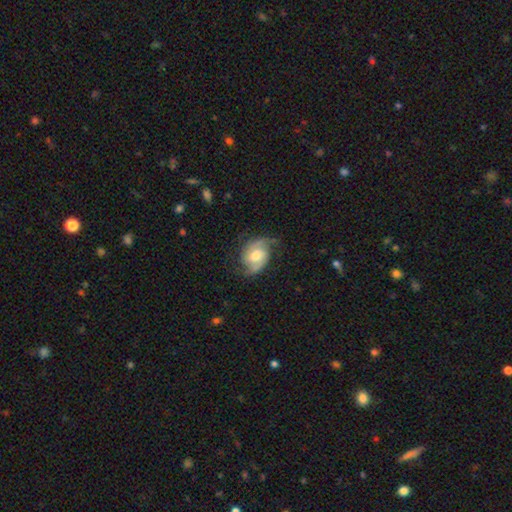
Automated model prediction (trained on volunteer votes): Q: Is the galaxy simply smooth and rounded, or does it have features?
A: featured or disk — 84%.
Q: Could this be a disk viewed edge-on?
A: no — 98%.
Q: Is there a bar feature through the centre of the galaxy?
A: no — 50%.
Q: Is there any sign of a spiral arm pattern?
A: yes — 96%.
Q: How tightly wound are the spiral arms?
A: medium — 50%.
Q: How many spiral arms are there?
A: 2 — 90%.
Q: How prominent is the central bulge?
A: moderate — 61%.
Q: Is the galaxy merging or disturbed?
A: none — 72%.